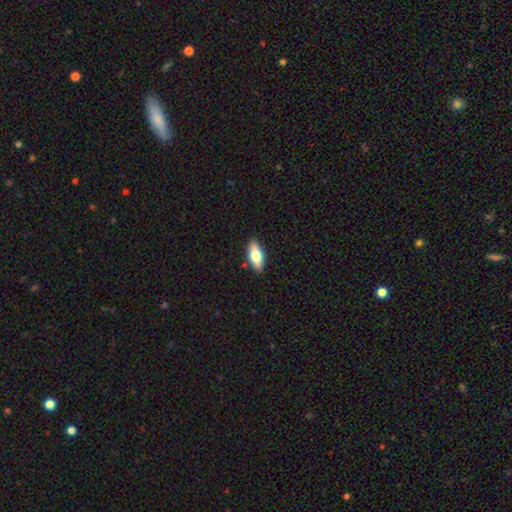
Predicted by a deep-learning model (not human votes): Overall: smooth (65%; featured or disk 29%). How rounded: in between (78%). Merging: none (87%).